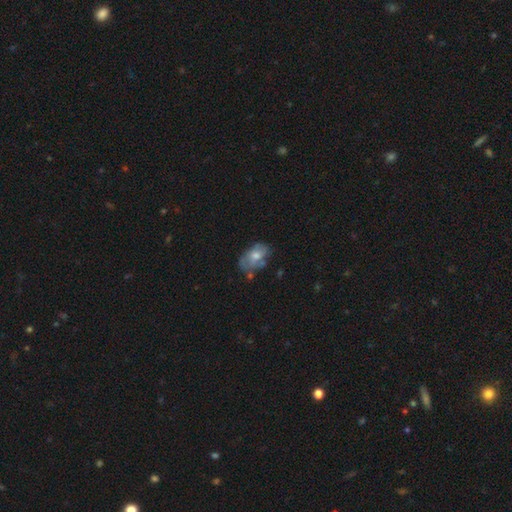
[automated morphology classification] Q: Smooth or featured?
A: smooth (46%); runner-up: featured or disk (45%)
Q: Merging?
A: none (51%); runner-up: minor disturbance (29%)